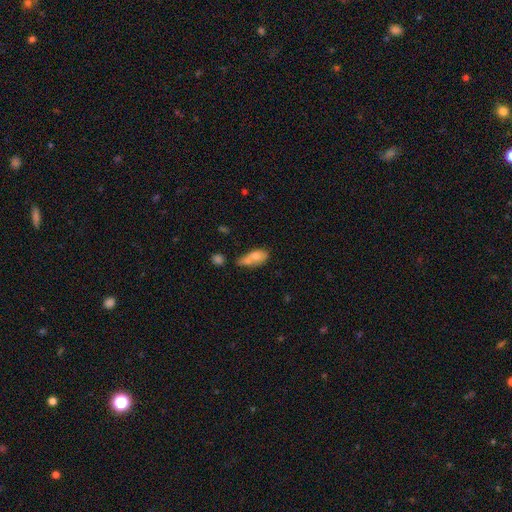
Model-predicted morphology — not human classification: Smooth or featured? smooth (69%)
How rounded? in between (80%)
Merging? merger (40%)